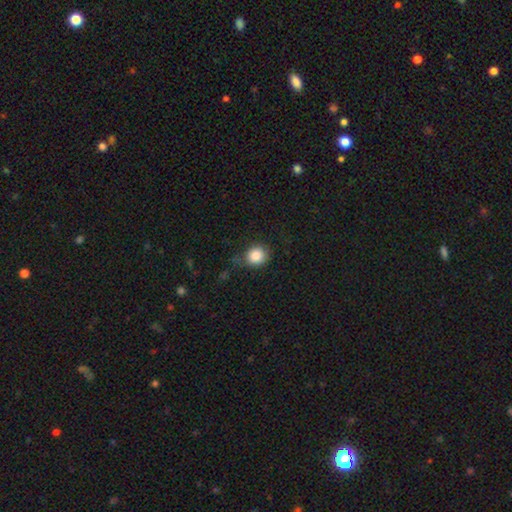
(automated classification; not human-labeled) smooth_or_featured: smooth (p=0.84) [alt: star or artifact p=0.10]
how_rounded: round (p=0.81) [alt: in between p=0.18]
merging: none (p=0.69) [alt: minor disturbance p=0.22]